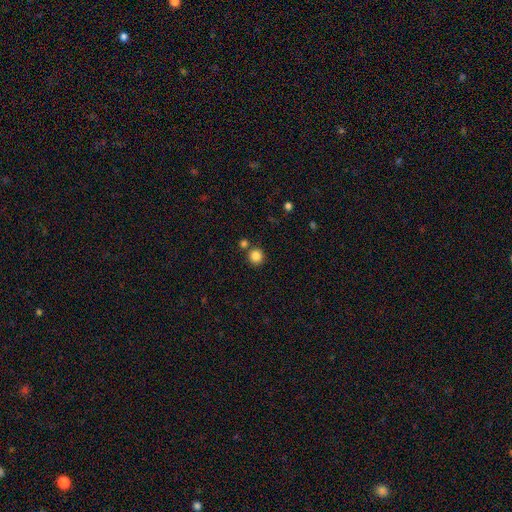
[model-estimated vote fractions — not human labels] Smooth or featured? smooth (85%)
How rounded? round (93%)
Merging? none (79%)